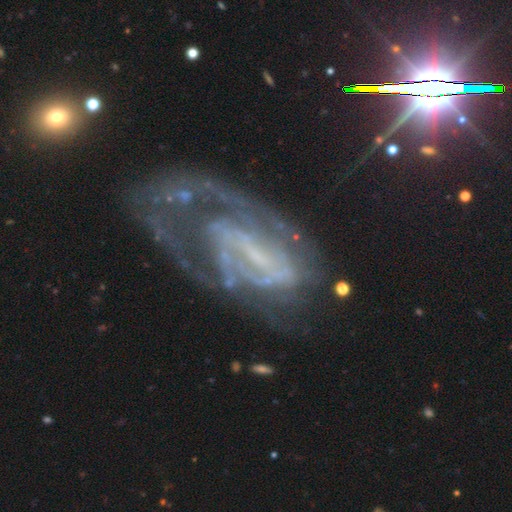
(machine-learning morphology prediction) Smooth or featured? featured or disk (78%)
Edge-on disk? no (95%)
Bar? weak (36%)
Spiral arms? yes (79%)
Spiral winding? tight (39%, tied with medium)
Spiral arm count? 2 (36%)
Bulge size? none (48%)
Merging? major disturbance (41%)